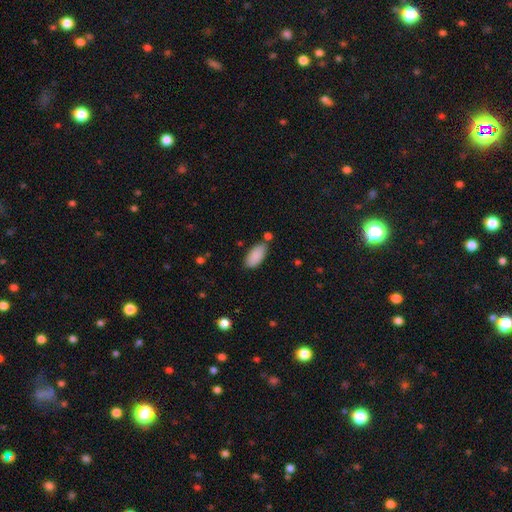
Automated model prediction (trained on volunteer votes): Q: Smooth or featured?
A: smooth (89%); runner-up: star or artifact (6%)
Q: How rounded?
A: in between (90%); runner-up: cigar-shaped (8%)
Q: Merging?
A: none (73%); runner-up: minor disturbance (16%)